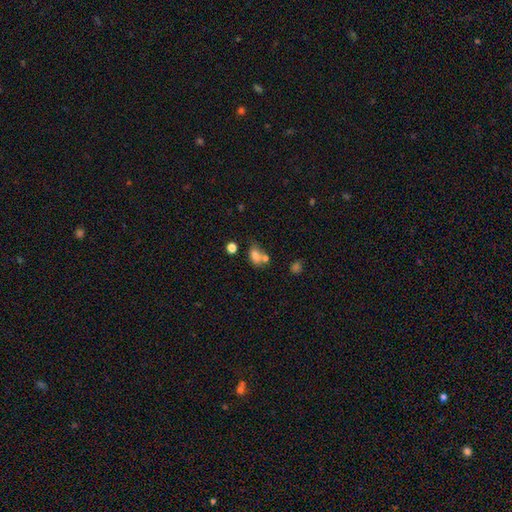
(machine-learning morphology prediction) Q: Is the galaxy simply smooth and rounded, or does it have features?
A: smooth — 74%.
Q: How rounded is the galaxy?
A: in between — 74%.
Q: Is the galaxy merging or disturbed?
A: merger — 38%.